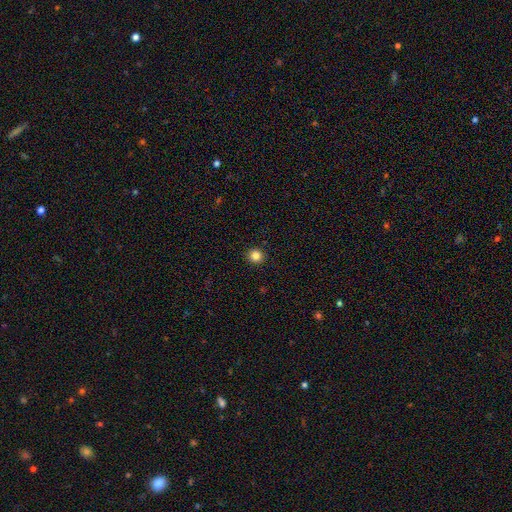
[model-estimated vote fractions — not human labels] This is clearly a smooth galaxy (84%). How rounded: clearly round (93%). Merging: clearly none (93%).